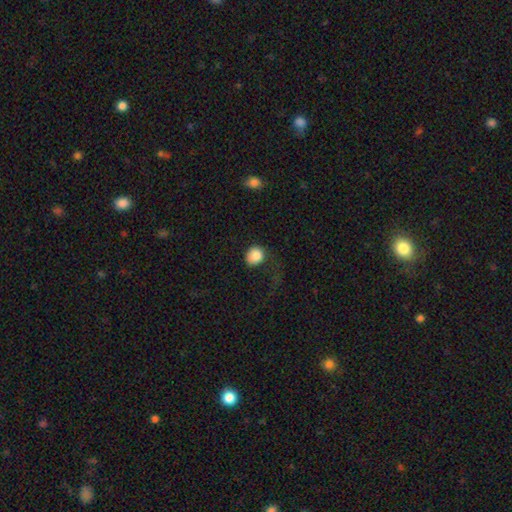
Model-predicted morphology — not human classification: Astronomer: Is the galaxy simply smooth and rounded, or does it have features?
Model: smooth — 86%.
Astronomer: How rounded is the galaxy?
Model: round — 70%.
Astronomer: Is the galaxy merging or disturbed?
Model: none — 54%.